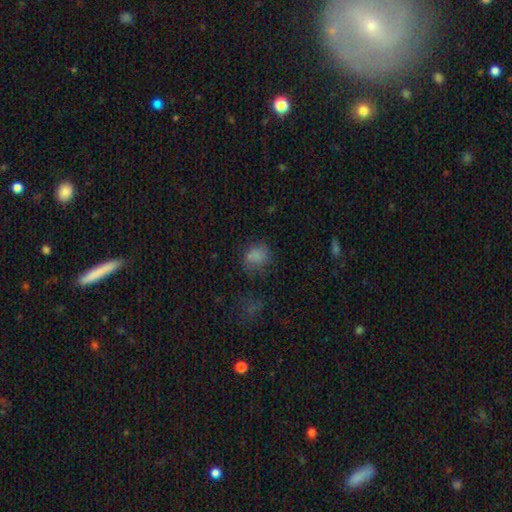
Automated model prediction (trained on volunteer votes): This appears to be a smooth galaxy with no disk features (74%) that is round (59%). Merging: none (54%).